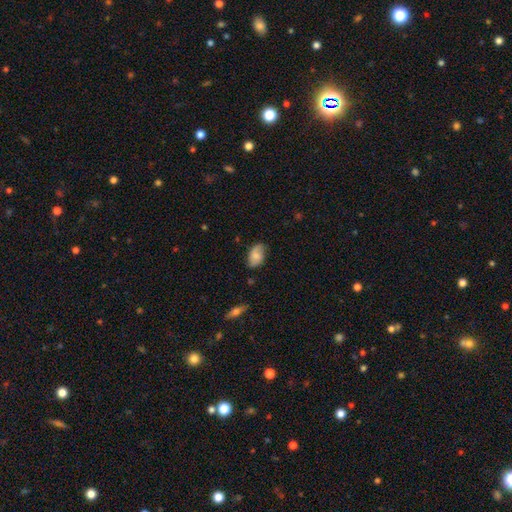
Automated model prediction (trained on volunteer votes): Morphology: type=smooth (67%); roundness=in between (90%); merging=none (67%).